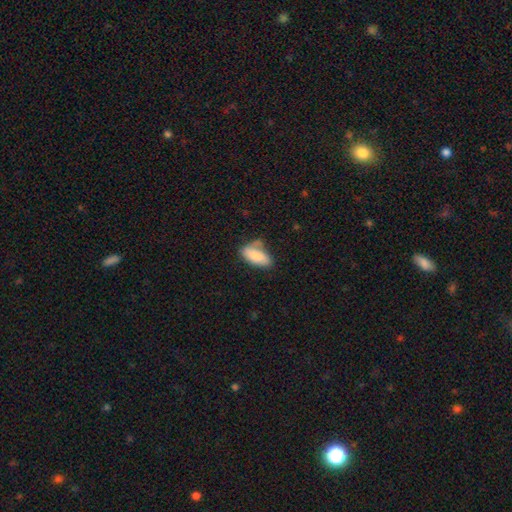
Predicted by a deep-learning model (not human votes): This appears to be a smooth galaxy with no disk features (79%) that is in between round and cigar-shaped (88%). Merging: none (48%).